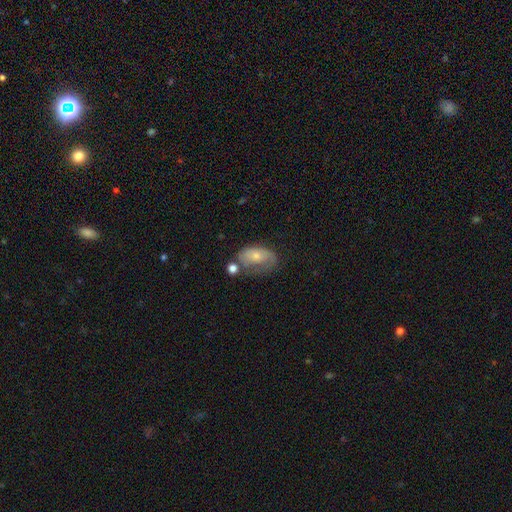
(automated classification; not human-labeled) smooth 48%, featured or disk 42%, star or artifact 10%. Down the decision tree: merging — none (41%).